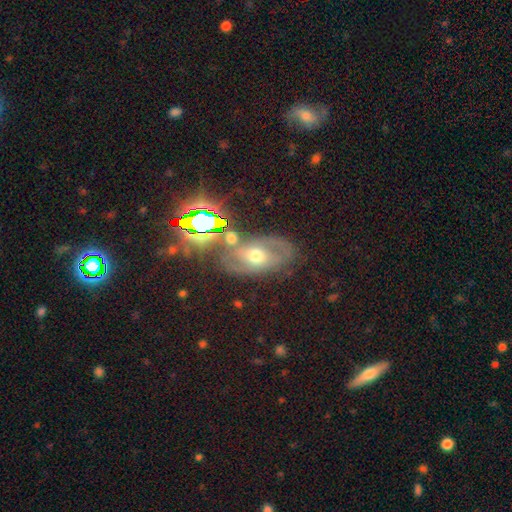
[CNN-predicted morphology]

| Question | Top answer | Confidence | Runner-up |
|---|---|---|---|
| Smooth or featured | featured or disk | 55% | smooth (26%) |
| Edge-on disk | no | 92% | yes (8%) |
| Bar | no | 64% | weak (26%) |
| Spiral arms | yes | 70% | no (30%) |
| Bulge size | moderate | 70% | small (18%) |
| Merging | none | 60% | minor disturbance (18%) |